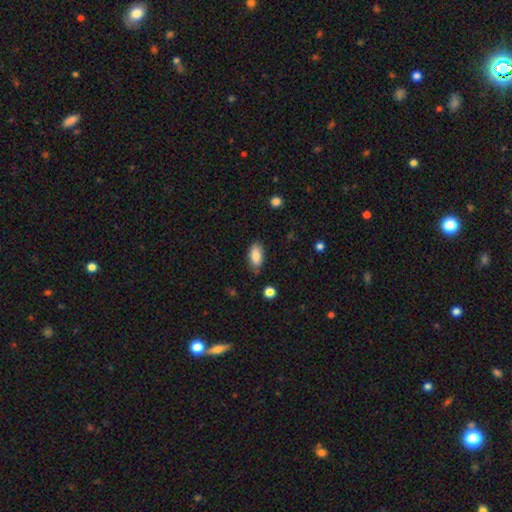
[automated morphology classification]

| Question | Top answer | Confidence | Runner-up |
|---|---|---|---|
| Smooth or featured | smooth | 85% | featured or disk (9%) |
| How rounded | in between | 89% | cigar-shaped (8%) |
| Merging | none | 78% | minor disturbance (17%) |